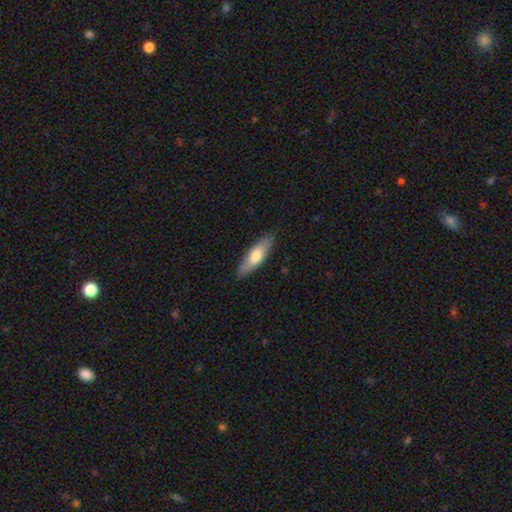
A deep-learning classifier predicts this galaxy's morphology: The model was most divided on "how rounded": cigar-shaped: 51%, in between: 47%, round: 2%. More confident: merging — none (85%); smooth or featured — smooth (65%).